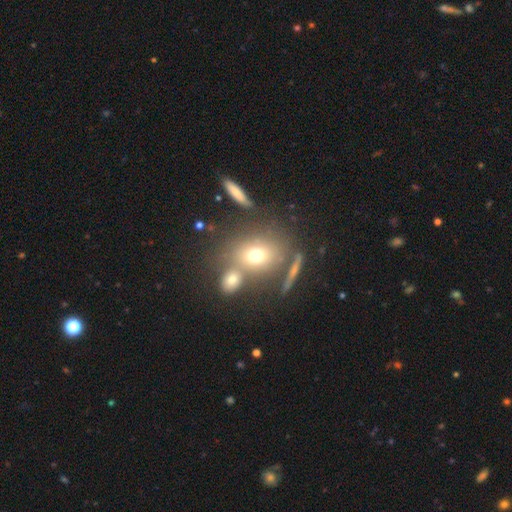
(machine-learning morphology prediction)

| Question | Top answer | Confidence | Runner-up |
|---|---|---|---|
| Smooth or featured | smooth | 68% | featured or disk (18%) |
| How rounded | round | 57% | in between (40%) |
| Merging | none | 59% | merger (21%) |